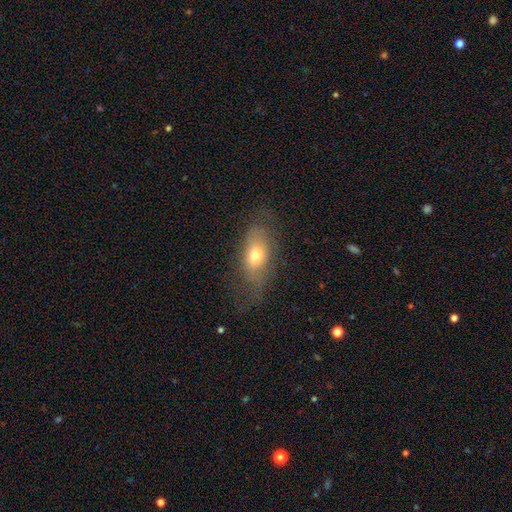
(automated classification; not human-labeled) smooth-or-featured: smooth: 64% | featured or disk: 26% | star or artifact: 10%
  how-rounded: in between: 84% | round: 10% | cigar-shaped: 7%
  merging: none: 53% | minor disturbance: 25% | major disturbance: 20% | merger: 2%